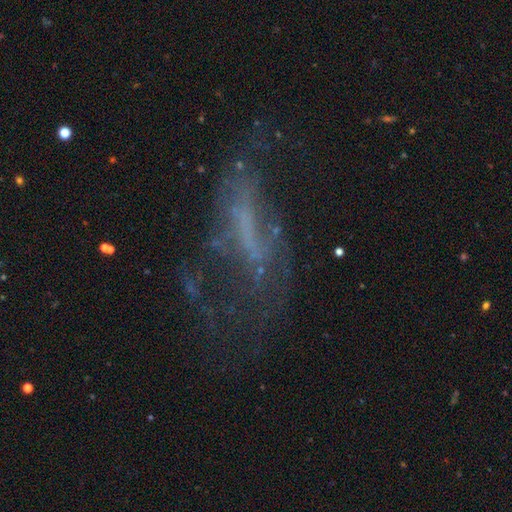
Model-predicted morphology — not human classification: Q: Smooth or featured?
A: featured or disk (58%); runner-up: smooth (22%)
Q: Edge-on disk?
A: no (85%); runner-up: yes (15%)
Q: Merging?
A: major disturbance (39%); runner-up: none (37%)